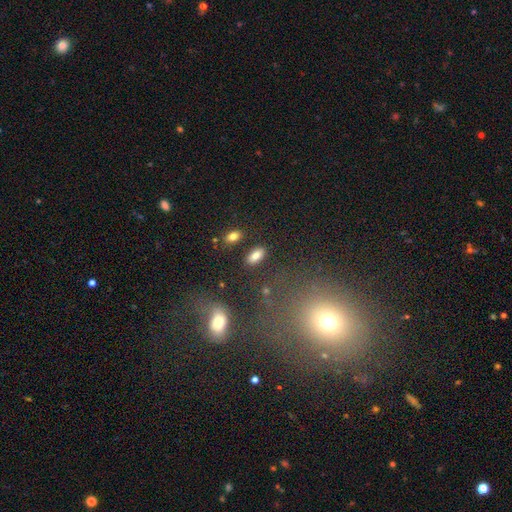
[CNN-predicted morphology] Smooth or featured: smooth — 82% (featured or disk — 9%)
How rounded: in between — 91% (cigar-shaped — 5%)
Merging: none — 82% (minor disturbance — 10%)